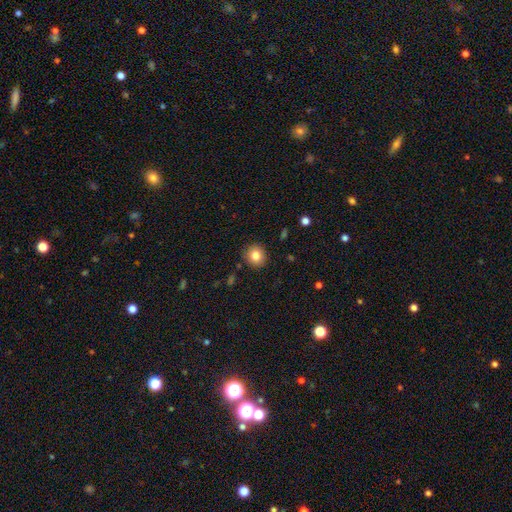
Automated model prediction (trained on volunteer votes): A smooth galaxy with no disk features (82%) that is round (87%). Merging: none (90%).